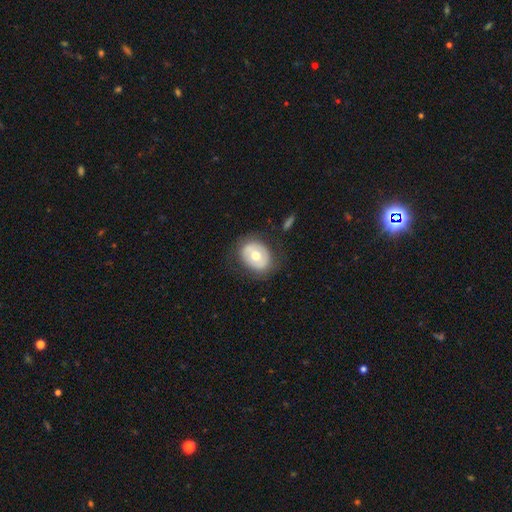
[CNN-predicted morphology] A smooth galaxy with no disk features (54%) that is in between round and cigar-shaped (54%).

Vote fractions:
- Smooth or featured? smooth: 54% / featured or disk: 39% / star or artifact: 7%
- How rounded? in between: 54% / round: 45% / cigar-shaped: 1%
- Merging? none: 78% / minor disturbance: 14% / major disturbance: 6% / merger: 1%